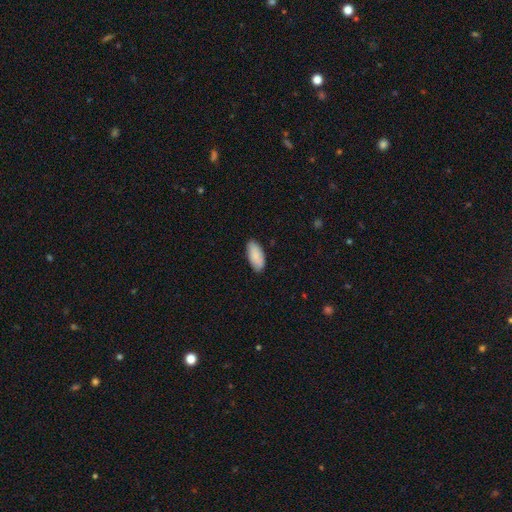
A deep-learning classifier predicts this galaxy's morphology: A smooth galaxy with no disk features (84%) that is in between round and cigar-shaped (92%).

Vote fractions:
- Smooth or featured? smooth: 84% / featured or disk: 10% / star or artifact: 6%
- How rounded? in between: 92% / cigar-shaped: 7% / round: 2%
- Merging? none: 83% / minor disturbance: 14% / major disturbance: 2% / merger: 1%